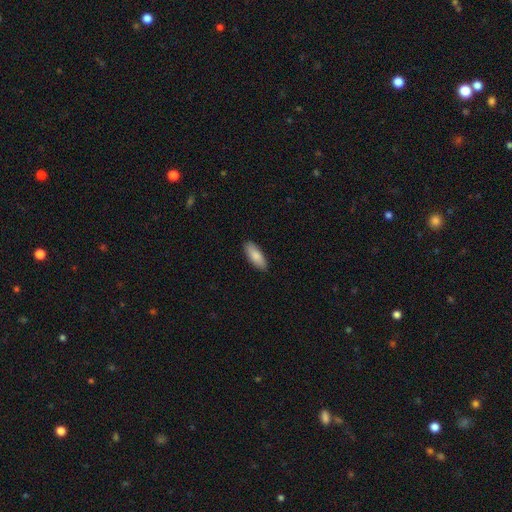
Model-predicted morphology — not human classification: Smooth or featured?
  - smooth: 86% *
  - featured or disk: 8%
  - star or artifact: 5%
How rounded?
  - in between: 72% *
  - cigar-shaped: 26%
  - round: 2%
Merging?
  - none: 90% *
  - minor disturbance: 8%
  - major disturbance: 2%
  - merger: 1%